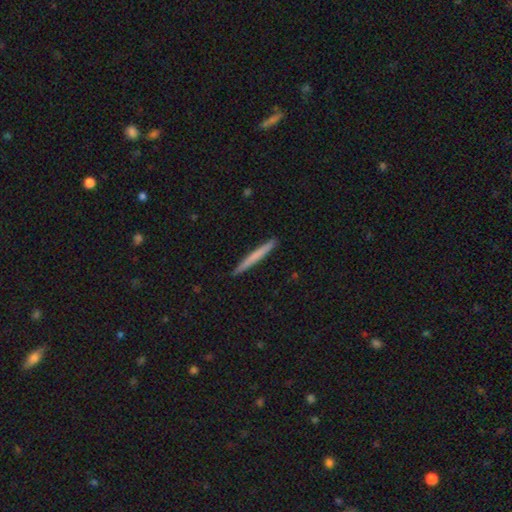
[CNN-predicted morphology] smooth 64%, featured or disk 30%, star or artifact 5%. Down the decision tree: how rounded — cigar-shaped (97%); merging — none (92%).